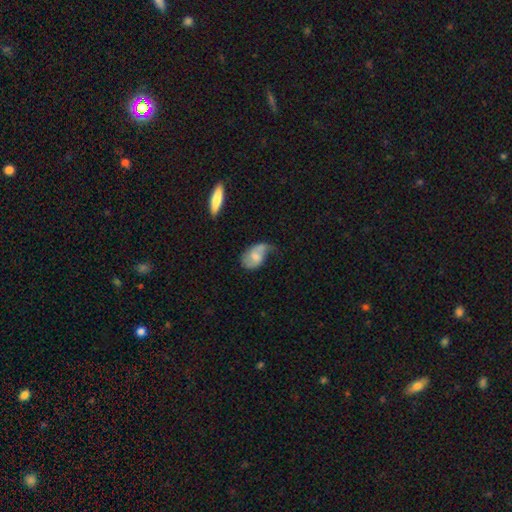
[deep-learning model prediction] The model was most divided on "smooth or featured": smooth: 48%, featured or disk: 44%, star or artifact: 7%. Remaining: merging — minor disturbance (36%).